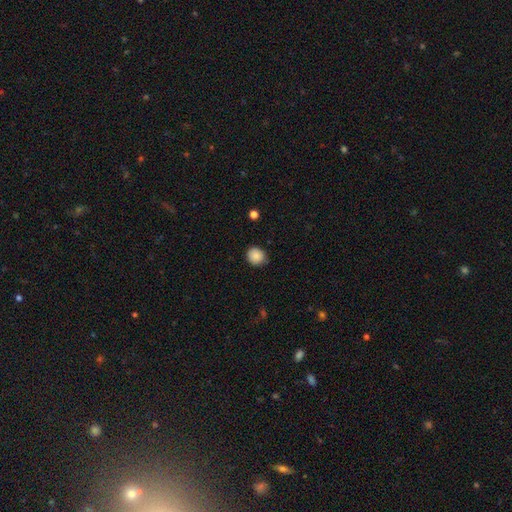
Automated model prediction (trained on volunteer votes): The model was most divided on "merging": none: 84%, minor disturbance: 12%, major disturbance: 2%, merger: 1%. More confident: smooth or featured — smooth (87%); how rounded — round (87%).